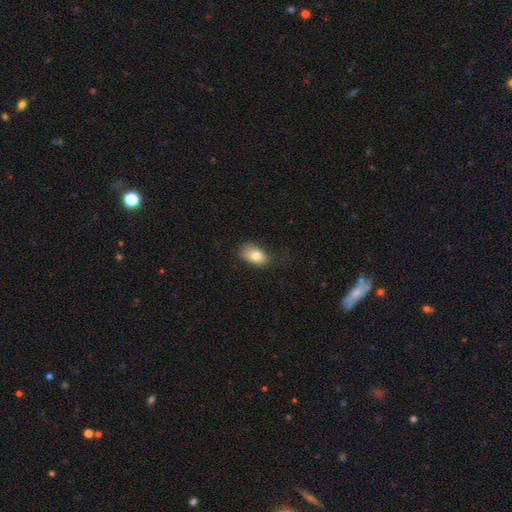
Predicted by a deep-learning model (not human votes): Smooth or featured? smooth (80%)
How rounded? in between (90%)
Merging? none (64%)